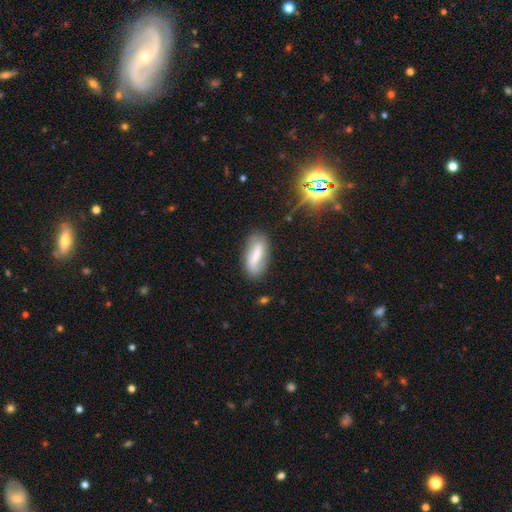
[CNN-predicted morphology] smooth_or_featured: smooth (p=0.57) [alt: featured or disk p=0.34]
how_rounded: in between (p=0.75) [alt: cigar-shaped p=0.22]
merging: none (p=0.75) [alt: minor disturbance p=0.17]